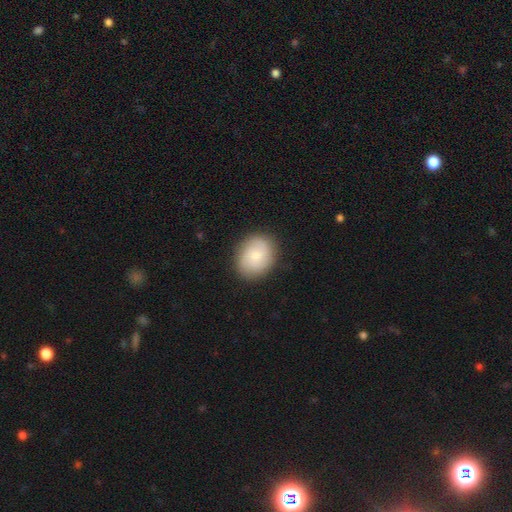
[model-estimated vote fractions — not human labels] Overall: smooth (68%). How rounded: round (52%; in between 47%). Merging: none (85%).